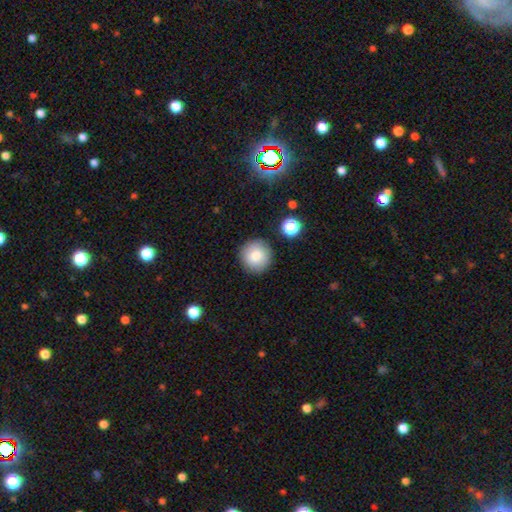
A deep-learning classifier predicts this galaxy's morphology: Overall: smooth (83%). How rounded: round (95%). Merging: none (88%).